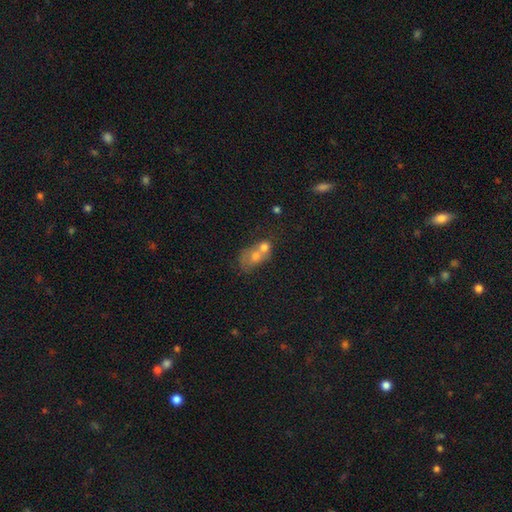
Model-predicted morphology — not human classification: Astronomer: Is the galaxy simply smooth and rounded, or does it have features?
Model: smooth — 58%.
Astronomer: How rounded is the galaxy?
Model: in between — 56% (runner-up: round, 42%).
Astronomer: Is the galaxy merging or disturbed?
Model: merger — 67%.